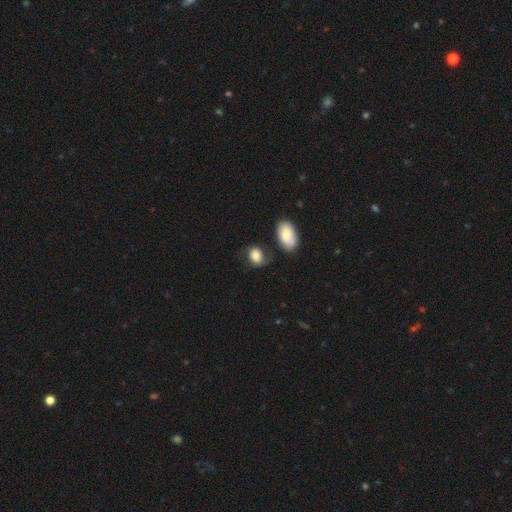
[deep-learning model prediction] A smooth galaxy with no disk features (80%) that is in between round and cigar-shaped (63%).

Vote fractions:
- Smooth or featured? smooth: 80% / featured or disk: 12% / star or artifact: 8%
- How rounded? in between: 63% / round: 35% / cigar-shaped: 1%
- Merging? none: 58% / minor disturbance: 22% / merger: 10% / major disturbance: 9%